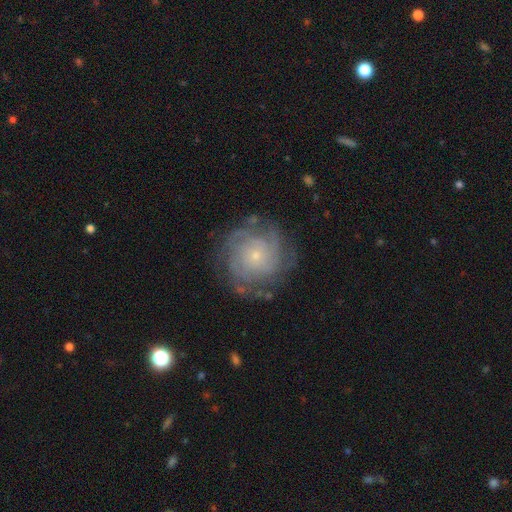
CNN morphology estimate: The model was most divided on "spiral arm count": can't tell: 37%, 4: 20%, 3: 16%, 2: 11%, more than 4: 10%, 1: 6%. More confident: edge-on disk — no (98%); spiral arms — yes (92%); bar — no (82%); bulge size — small (80%); smooth or featured — featured or disk (77%); merging — none (76%); spiral winding — tight (70%).